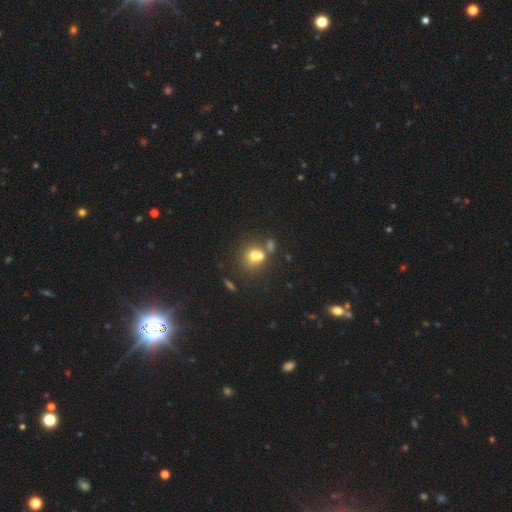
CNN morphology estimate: smooth_or_featured: smooth (p=0.68) [alt: featured or disk p=0.17]
how_rounded: round (p=0.75) [alt: in between p=0.24]
merging: merger (p=0.45) [alt: none p=0.40]